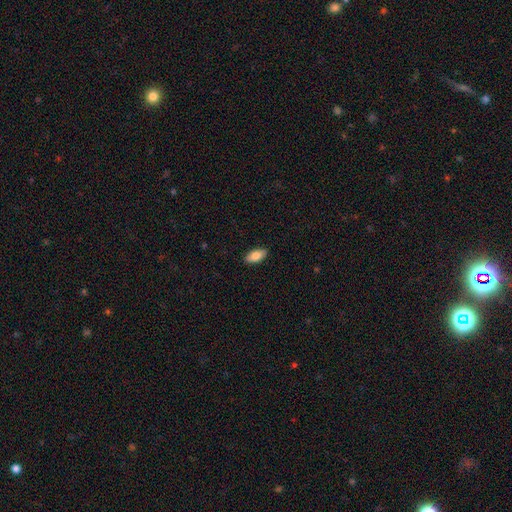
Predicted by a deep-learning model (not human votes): A smooth galaxy with no disk features (81%) that is in between round and cigar-shaped (90%). Merging: none (89%).